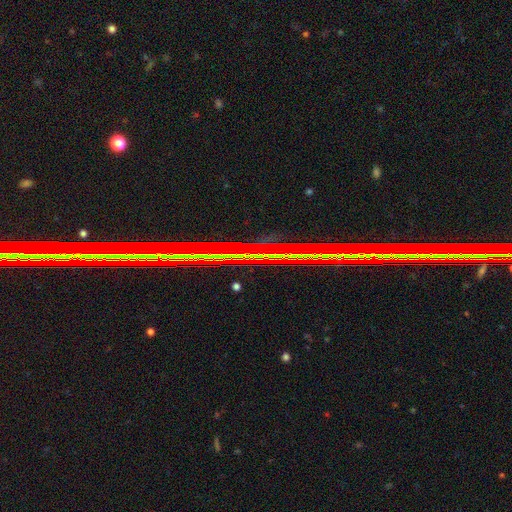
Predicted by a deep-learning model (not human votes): This is likely a star or artifact rather than a galaxy (77%).